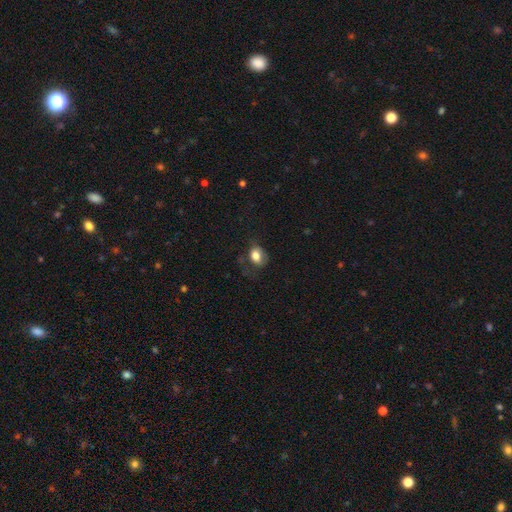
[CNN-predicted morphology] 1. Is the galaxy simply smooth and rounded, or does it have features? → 80% smooth, 11% featured or disk, 9% star or artifact.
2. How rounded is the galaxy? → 68% in between, 30% round, 1% cigar-shaped.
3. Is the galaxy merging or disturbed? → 53% none, 28% minor disturbance, 18% major disturbance, 2% merger.